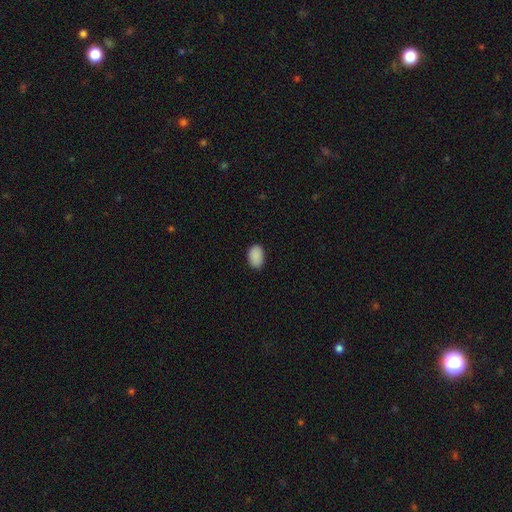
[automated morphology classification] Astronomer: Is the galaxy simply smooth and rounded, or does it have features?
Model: smooth — 90%.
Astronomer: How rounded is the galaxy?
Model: in between — 88%.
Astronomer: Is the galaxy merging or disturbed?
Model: none — 85%.